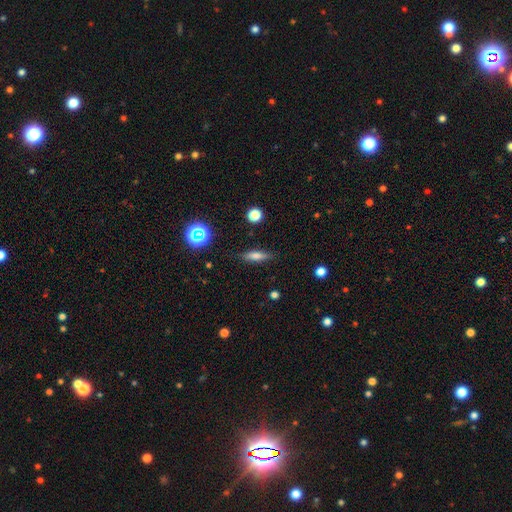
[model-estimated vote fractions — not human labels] Overall: smooth (65%). How rounded: cigar-shaped (66%; in between 30%). Merging: none (86%).